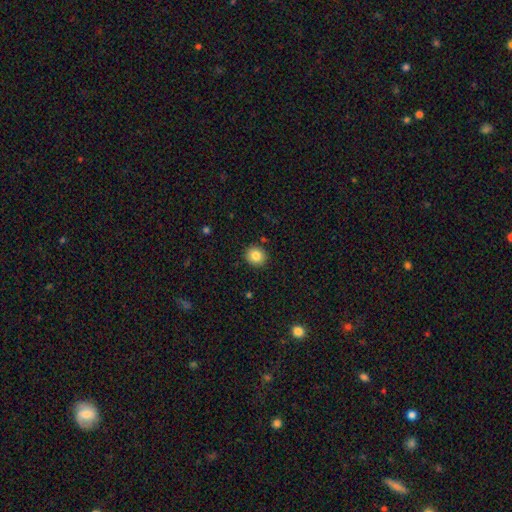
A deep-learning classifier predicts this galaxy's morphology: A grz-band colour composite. It shows a smooth galaxy with no disk features (85%) that is round (74%). Merging: none (89%).